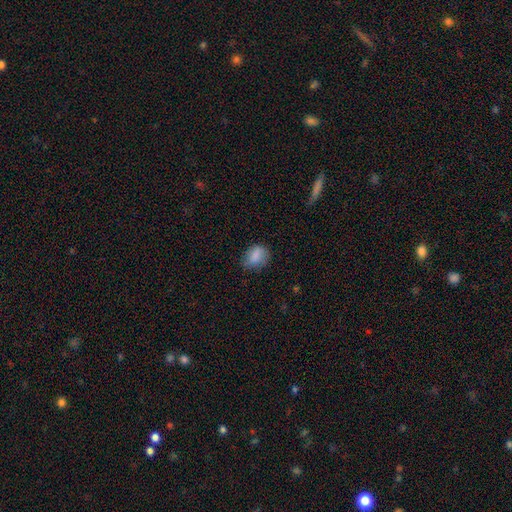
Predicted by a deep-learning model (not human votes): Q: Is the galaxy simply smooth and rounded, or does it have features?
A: smooth — 83%.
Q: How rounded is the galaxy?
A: in between — 65%.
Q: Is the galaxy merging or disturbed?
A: none — 66%.